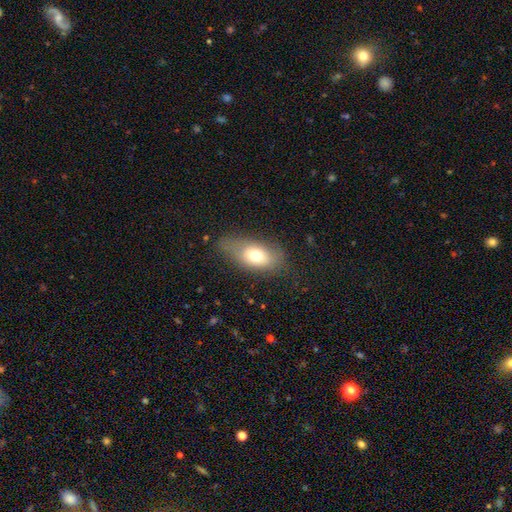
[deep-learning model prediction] smooth-or-featured: smooth: 71% | featured or disk: 20% | star or artifact: 9%
  how-rounded: in between: 87% | round: 8% | cigar-shaped: 5%
  merging: none: 60% | minor disturbance: 27% | major disturbance: 12% | merger: 2%